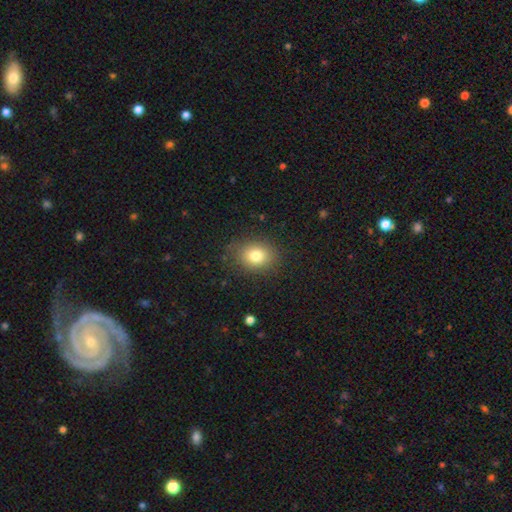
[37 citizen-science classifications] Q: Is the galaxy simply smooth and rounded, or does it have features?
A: smooth — 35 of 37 (95%).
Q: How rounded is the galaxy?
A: round — 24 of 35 (69%).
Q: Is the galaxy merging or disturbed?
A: none — 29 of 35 (83%).